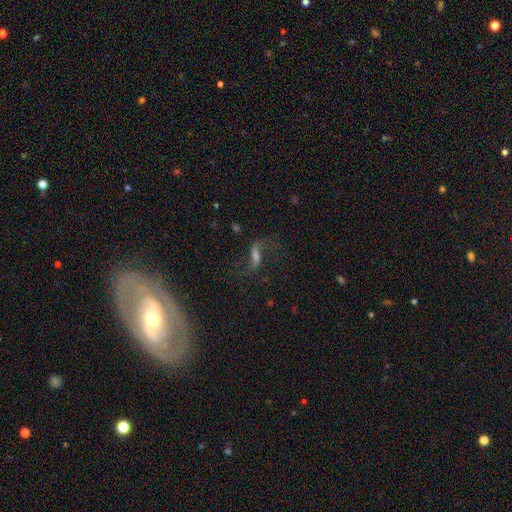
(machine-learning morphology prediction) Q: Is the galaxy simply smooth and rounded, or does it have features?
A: featured or disk — 70%.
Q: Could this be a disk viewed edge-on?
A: no — 89%.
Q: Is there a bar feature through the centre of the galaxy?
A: weak — 42%.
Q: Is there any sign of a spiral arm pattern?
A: yes — 91%.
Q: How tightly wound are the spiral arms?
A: loose — 85%.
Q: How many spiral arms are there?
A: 2 — 91%.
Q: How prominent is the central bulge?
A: small — 32%.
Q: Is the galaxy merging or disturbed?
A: none — 68%.